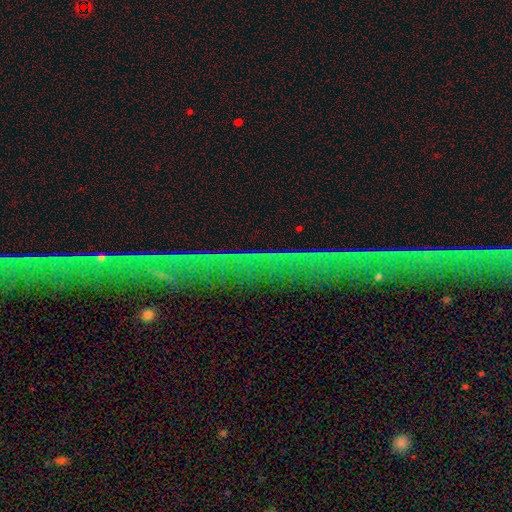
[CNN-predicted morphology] Smooth or featured? Predicted: star or artifact (p=0.78).